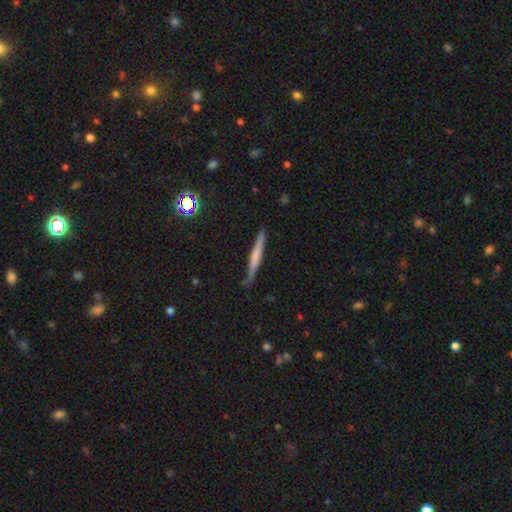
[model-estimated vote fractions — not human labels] A smooth galaxy with no disk features (50%) that is cigar-shaped (96%). Merging: none (82%).